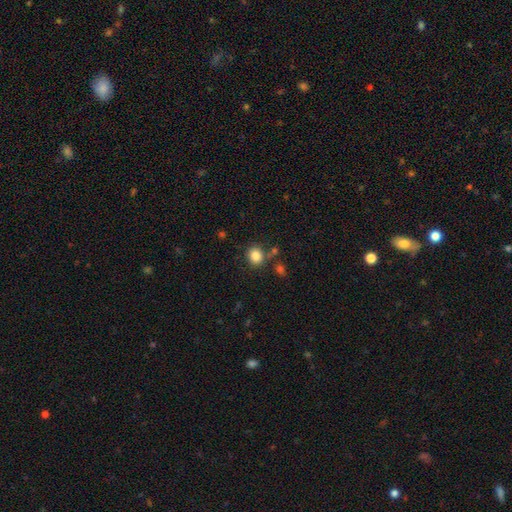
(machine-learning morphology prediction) Overall: smooth (84%). How rounded: round (76%). Merging: none (77%).